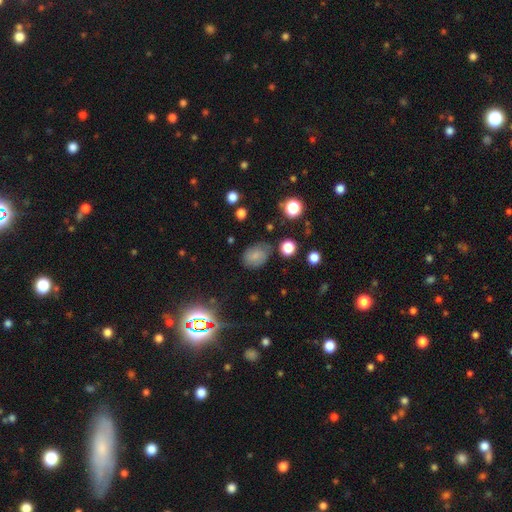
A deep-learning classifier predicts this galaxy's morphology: This is likely a smooth galaxy (71%). How rounded: likely in between (65%). Merging: likely none (71%).